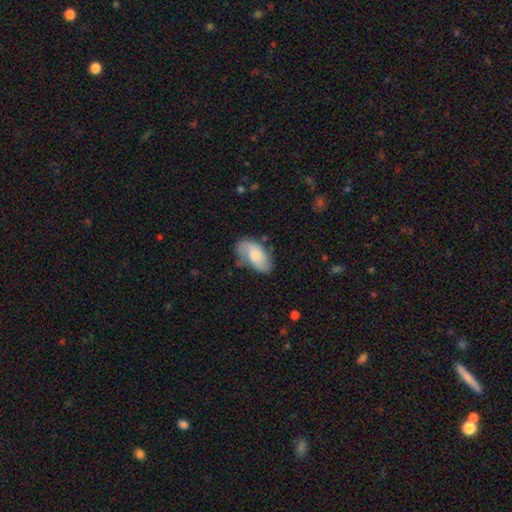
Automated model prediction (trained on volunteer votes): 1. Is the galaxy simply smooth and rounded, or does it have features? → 55% smooth, 39% featured or disk, 7% star or artifact.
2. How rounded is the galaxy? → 94% in between, 4% round, 3% cigar-shaped.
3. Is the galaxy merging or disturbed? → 52% none, 31% minor disturbance, 13% major disturbance, 3% merger.